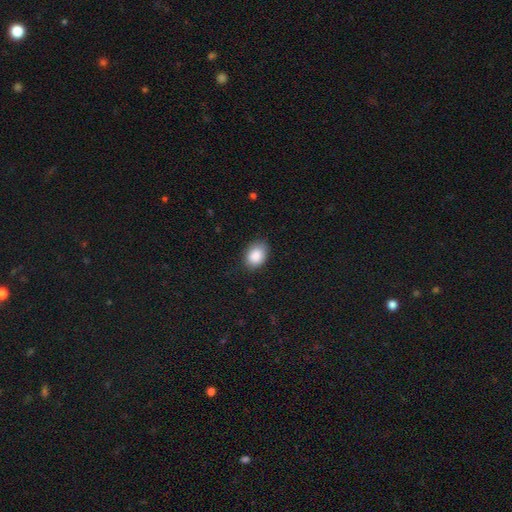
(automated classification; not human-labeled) Overall: smooth (88%). How rounded: in between (72%). Merging: none (79%).